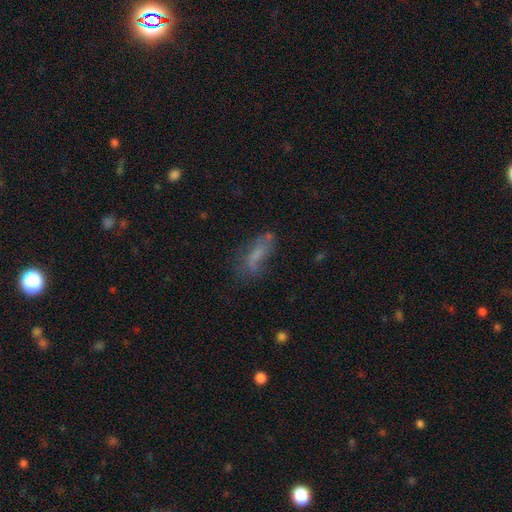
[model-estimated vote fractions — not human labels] A smooth galaxy with no disk features (52%) that is in between round and cigar-shaped (66%). Merging: none (41%).